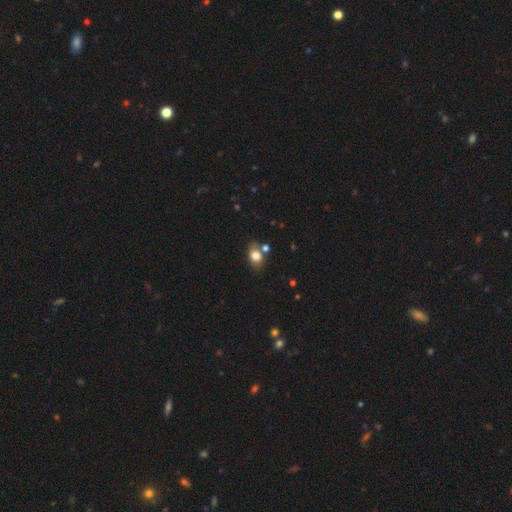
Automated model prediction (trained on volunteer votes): Q: Smooth or featured?
A: smooth (78%); runner-up: featured or disk (11%)
Q: How rounded?
A: in between (66%); runner-up: round (33%)
Q: Merging?
A: none (67%); runner-up: minor disturbance (15%)